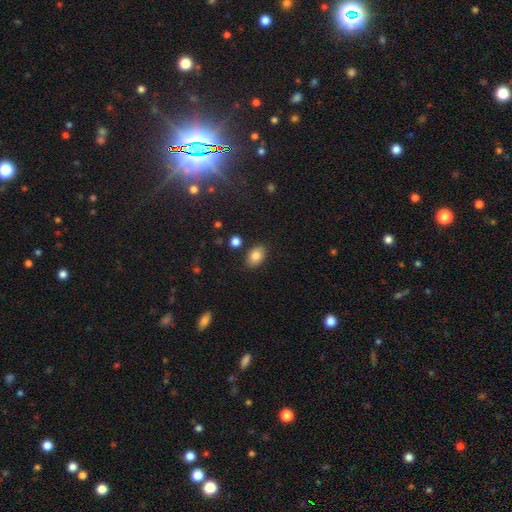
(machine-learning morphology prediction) This is clearly a smooth galaxy (83%). How rounded: clearly in between (88%). Merging: clearly none (84%).